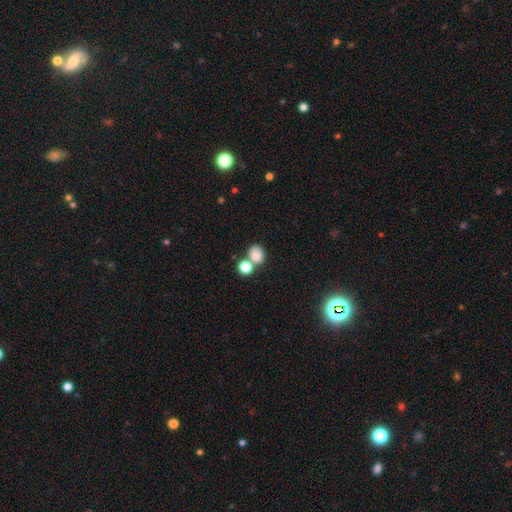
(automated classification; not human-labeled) Smooth or featured: smooth — 80% (star or artifact — 12%)
How rounded: round — 61% (in between — 38%)
Merging: none — 51% (merger — 34%)